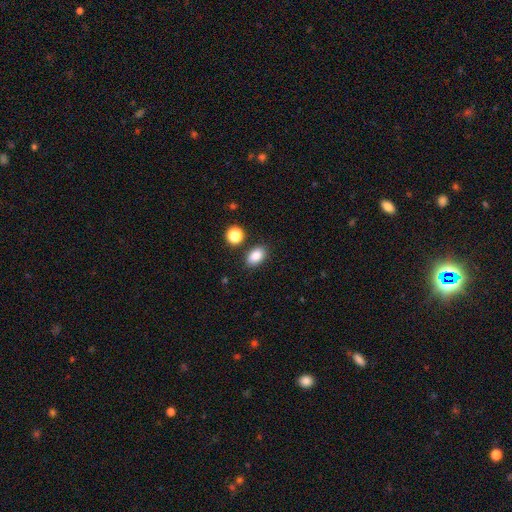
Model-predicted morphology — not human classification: Smooth or featured?
  - smooth: 85% *
  - star or artifact: 9%
  - featured or disk: 5%
How rounded?
  - in between: 84% *
  - round: 14%
  - cigar-shaped: 1%
Merging?
  - none: 84% *
  - minor disturbance: 9%
  - merger: 4%
  - major disturbance: 3%